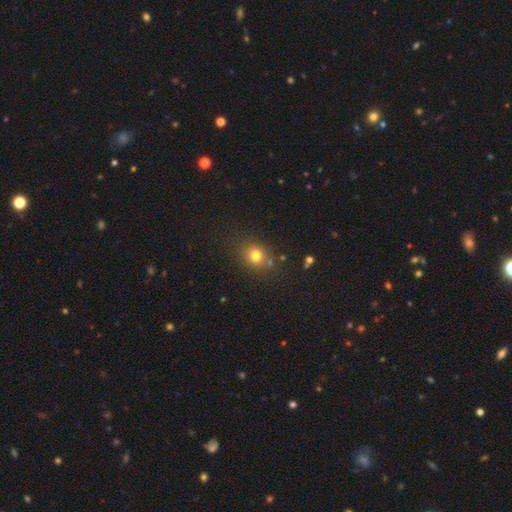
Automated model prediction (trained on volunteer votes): smooth 76%, star or artifact 16%, featured or disk 9%. Down the decision tree: how rounded — round (73%); merging — none (74%).